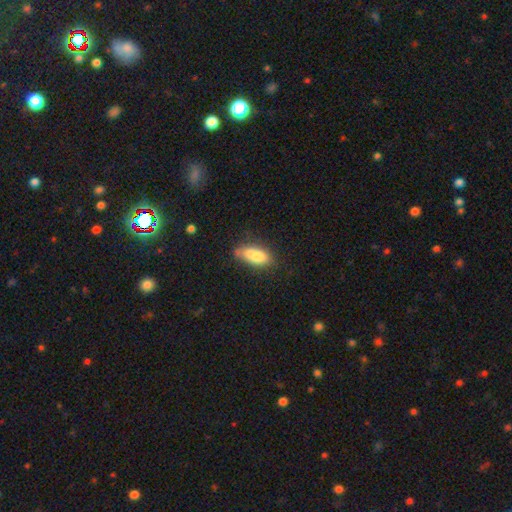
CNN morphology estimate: smooth 81%, featured or disk 12%, star or artifact 7%. Down the decision tree: how rounded — in between (80%); merging — none (61%).